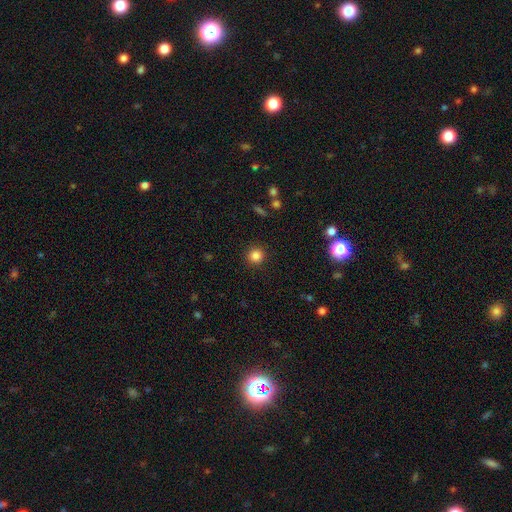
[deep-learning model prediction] Smooth or featured? Predicted: smooth (p=0.84). How rounded? Predicted: round (p=0.93). Merging? Predicted: none (p=0.91).